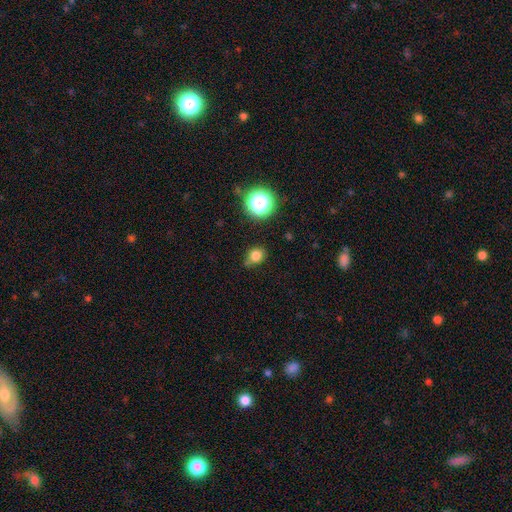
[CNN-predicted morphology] This appears to be a smooth galaxy with no disk features (78%) that is round (72%). Merging: none (67%).